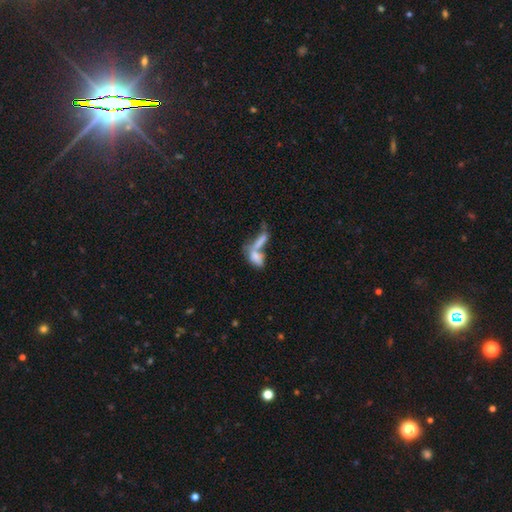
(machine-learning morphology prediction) smooth 69%, featured or disk 21%, star or artifact 10%. Down the decision tree: how rounded — in between (76%); merging — merger (66%).